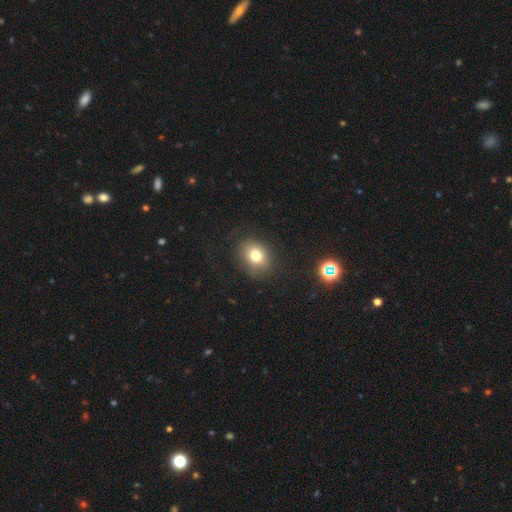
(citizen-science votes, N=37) Smooth or featured?
  - smooth: 84% *
  - featured or disk: 11%
  - star or artifact: 5%
How rounded?
  - in between: 81% *
  - round: 16%
  - cigar-shaped: 3%
Merging?
  - none: 89% *
  - minor disturbance: 6%
  - major disturbance: 6%
  - merger: 0%